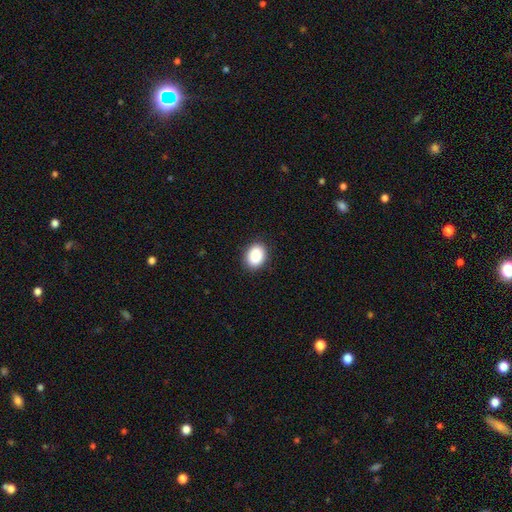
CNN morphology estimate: This is clearly a smooth galaxy (89%). How rounded: likely in between (67%). Merging: clearly none (90%).